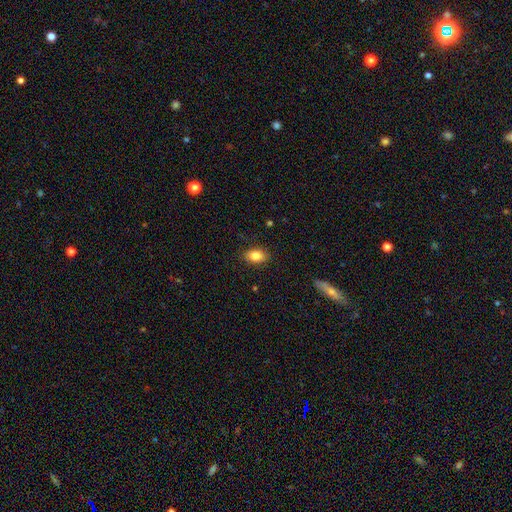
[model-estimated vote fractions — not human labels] Morphology: type=smooth (83%); roundness=in between (82%); merging=none (87%).